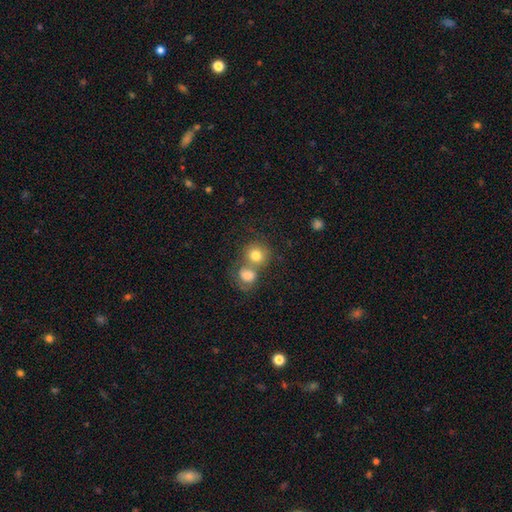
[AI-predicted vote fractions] This is likely a smooth galaxy (78%). How rounded: likely round (79%). Merging: possibly merger (54%).